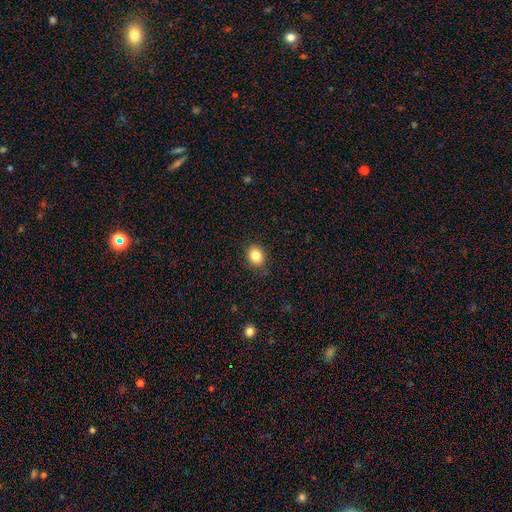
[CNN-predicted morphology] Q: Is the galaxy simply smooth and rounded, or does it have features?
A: smooth — 85%.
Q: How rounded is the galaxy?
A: in between — 52%.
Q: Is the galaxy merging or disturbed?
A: none — 86%.